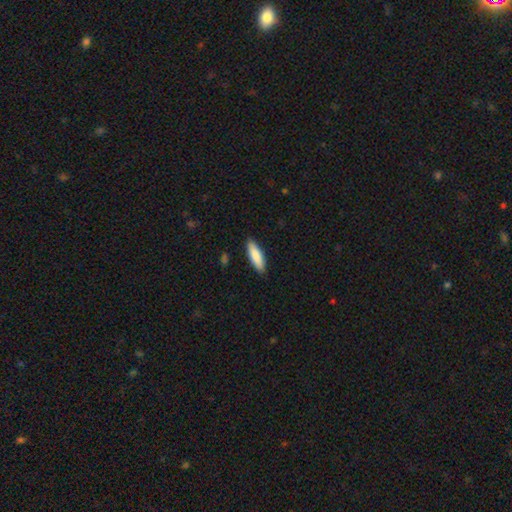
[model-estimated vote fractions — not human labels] Morphology: type=smooth (86%); roundness=cigar-shaped (52%); merging=none (88%).